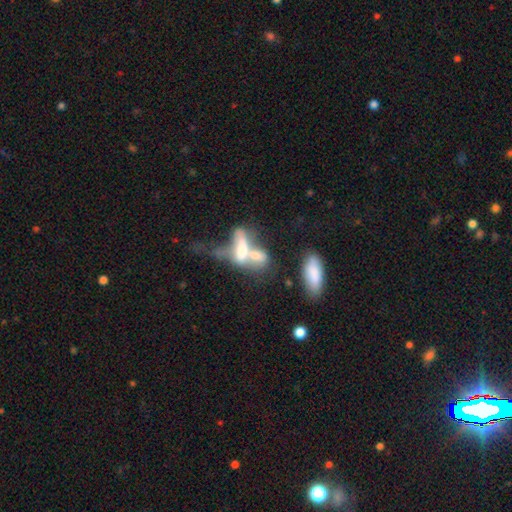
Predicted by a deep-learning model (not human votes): smooth-or-featured: smooth: 51% | featured or disk: 39% | star or artifact: 10%
  how-rounded: in between: 64% | cigar-shaped: 31% | round: 5%
  merging: merger: 70% | major disturbance: 12% | none: 11% | minor disturbance: 6%